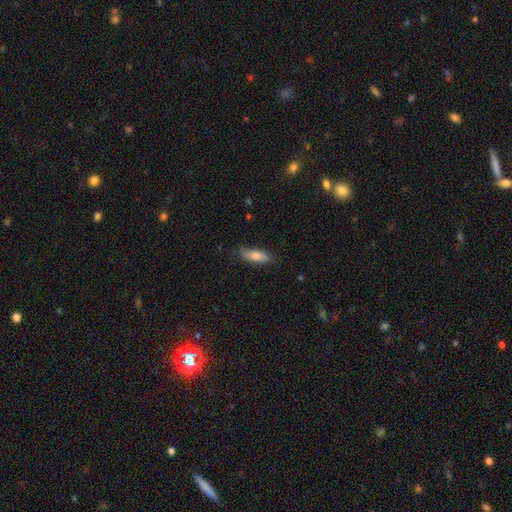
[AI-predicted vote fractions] A smooth galaxy with no disk features (74%) that is in between round and cigar-shaped (54%). Merging: none (80%).